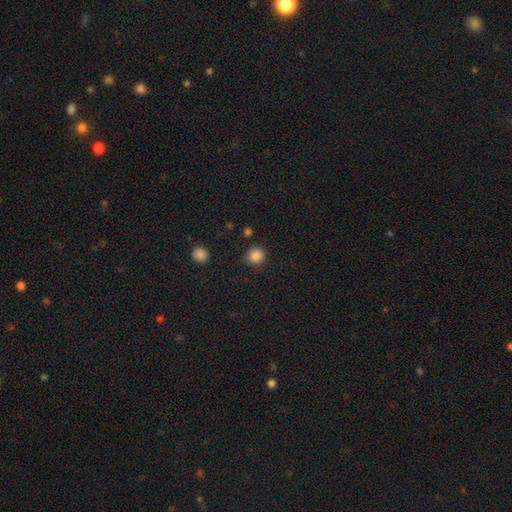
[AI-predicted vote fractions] smooth 86%, star or artifact 11%, featured or disk 3%. Down the decision tree: how rounded — round (92%); merging — none (85%).